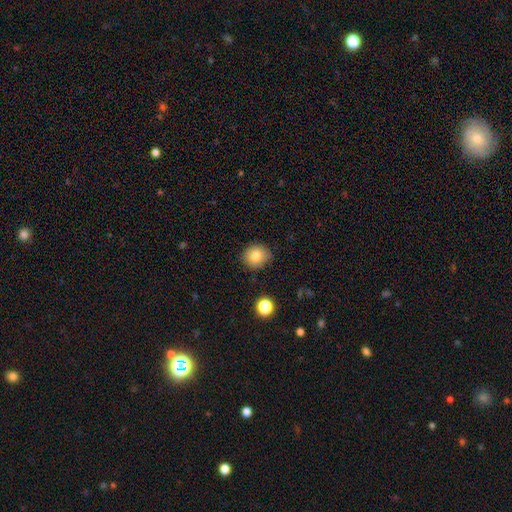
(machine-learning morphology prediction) A smooth galaxy with no disk features (80%) that is round (79%). Merging: none (83%).